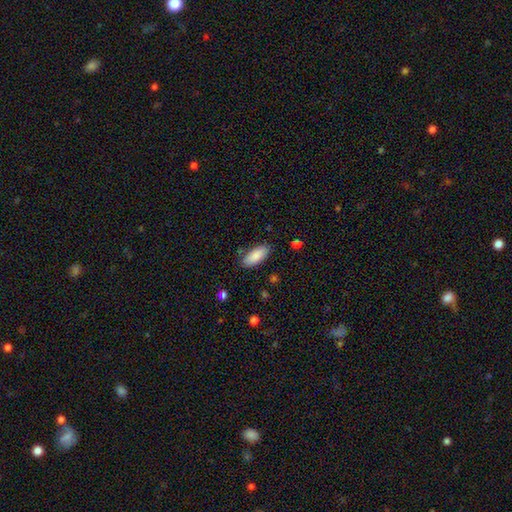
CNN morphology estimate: Smooth or featured: smooth — 88% (star or artifact — 6%)
How rounded: in between — 85% (cigar-shaped — 13%)
Merging: none — 83% (minor disturbance — 12%)